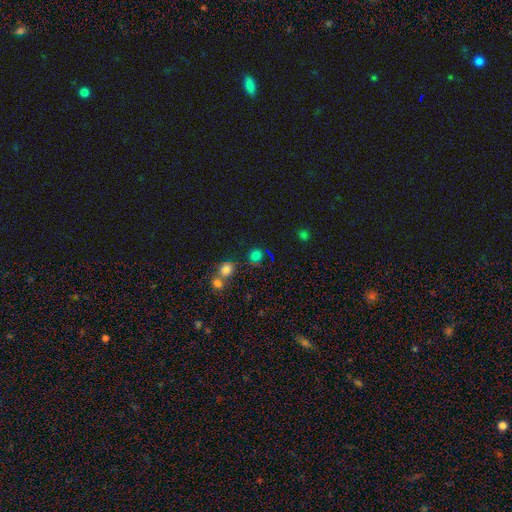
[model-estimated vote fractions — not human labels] smooth-or-featured: smooth: 72% | star or artifact: 22% | featured or disk: 6%
  how-rounded: round: 85% | in between: 14% | cigar-shaped: 1%
  merging: none: 68% | merger: 15% | minor disturbance: 11% | major disturbance: 5%